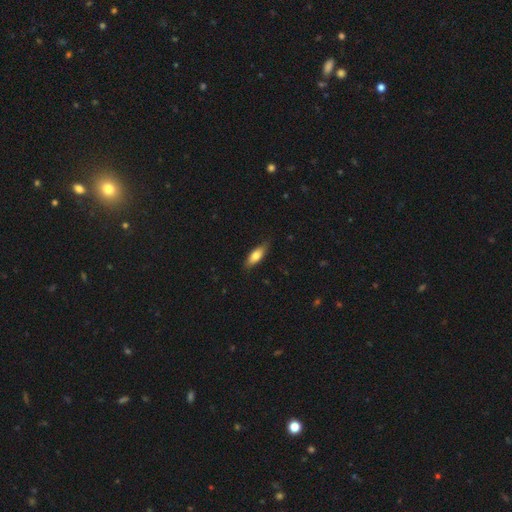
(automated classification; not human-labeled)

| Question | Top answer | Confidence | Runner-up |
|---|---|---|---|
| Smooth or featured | smooth | 72% | featured or disk (22%) |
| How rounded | in between | 69% | cigar-shaped (28%) |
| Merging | none | 80% | minor disturbance (16%) |